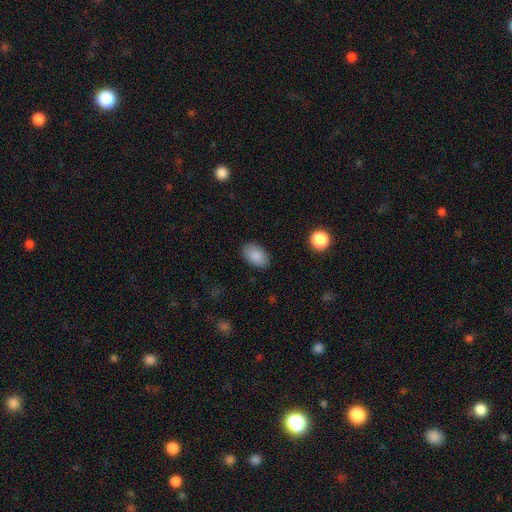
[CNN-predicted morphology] A smooth galaxy with no disk features (88%) that is in between round and cigar-shaped (92%). Merging: none (87%).